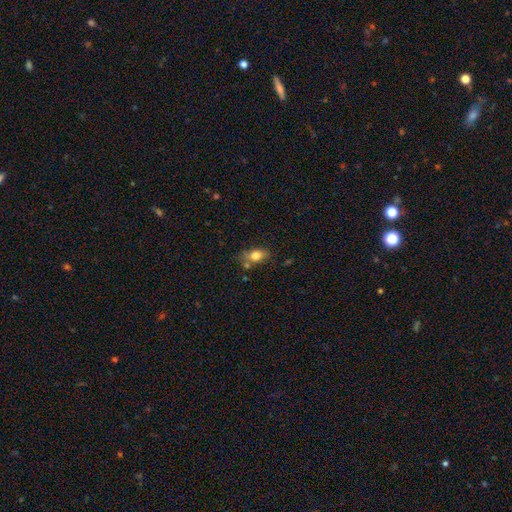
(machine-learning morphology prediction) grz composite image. It shows a smooth galaxy with no disk features (77%) that is in between round and cigar-shaped (79%). Merging: none (58%).